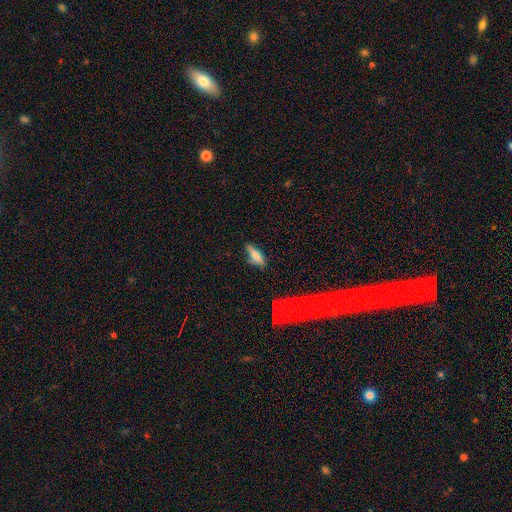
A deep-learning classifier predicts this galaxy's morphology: Smooth or featured: smooth — 55% (featured or disk — 38%)
How rounded: cigar-shaped — 55% (in between — 42%)
Merging: none — 72% (minor disturbance — 18%)